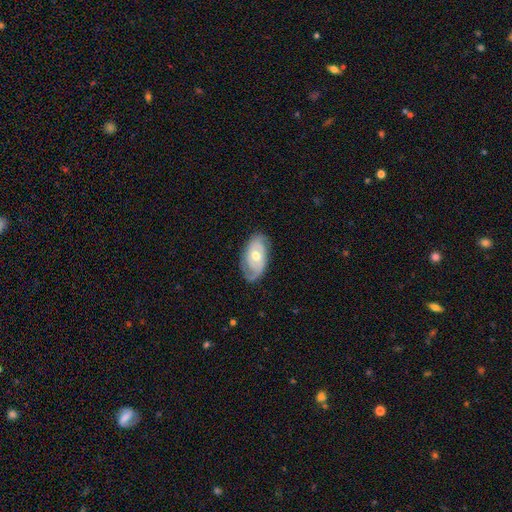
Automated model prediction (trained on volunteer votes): Smooth or featured?
  - featured or disk: 76% *
  - smooth: 19%
  - star or artifact: 5%
Edge-on disk?
  - no: 93% *
  - yes: 7%
Bar?
  - no: 58% *
  - weak: 33%
  - strong: 9%
Spiral arms?
  - yes: 87% *
  - no: 13%
Spiral winding?
  - tight: 50% *
  - medium: 35%
  - loose: 15%
Spiral arm count?
  - 2: 63% *
  - can't tell: 19%
  - 1: 9%
  - 3: 5%
  - 4: 2%
  - more than 4: 2%
Bulge size?
  - moderate: 74% *
  - small: 19%
  - large: 6%
  - none: 1%
  - dominant: 1%
Merging?
  - none: 73% *
  - minor disturbance: 20%
  - major disturbance: 7%
  - merger: 1%